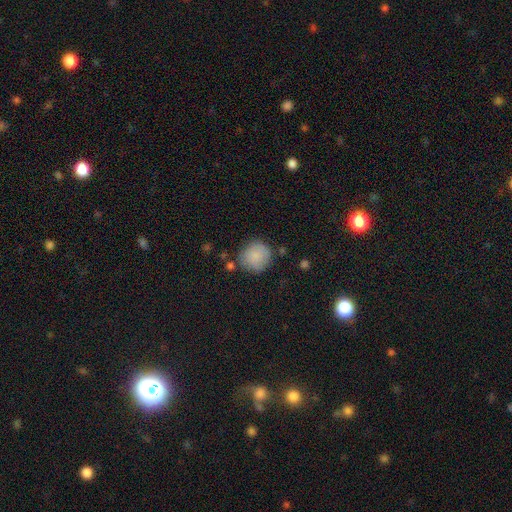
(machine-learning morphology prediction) Q: Smooth or featured?
A: smooth (85%); runner-up: featured or disk (8%)
Q: How rounded?
A: round (91%); runner-up: in between (8%)
Q: Merging?
A: none (74%); runner-up: minor disturbance (17%)